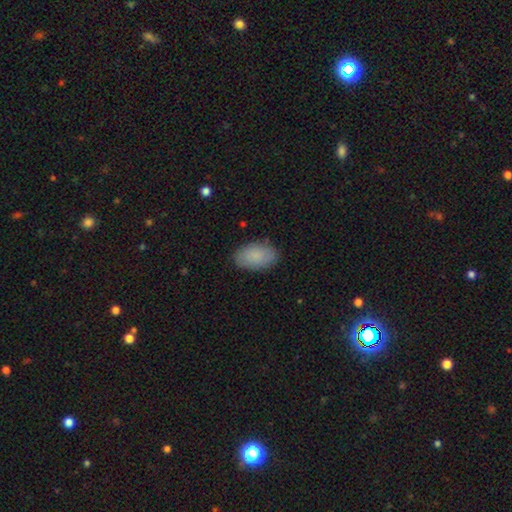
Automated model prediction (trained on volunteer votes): Smooth or featured? Predicted: smooth (p=0.87). How rounded? Predicted: in between (p=0.93). Merging? Predicted: none (p=0.85).